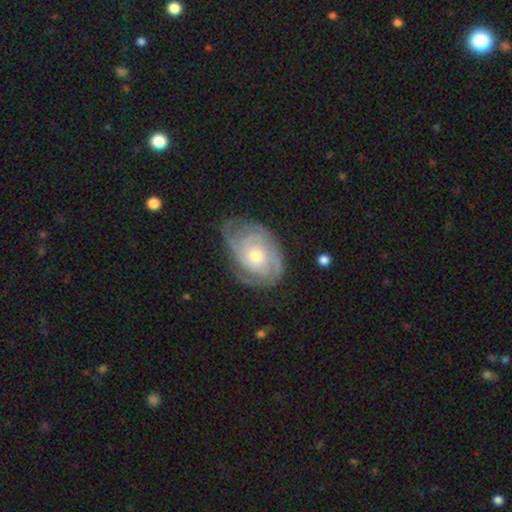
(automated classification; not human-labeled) Q: Smooth or featured?
A: featured or disk (85%); runner-up: smooth (11%)
Q: Edge-on disk?
A: no (97%); runner-up: yes (3%)
Q: Bar?
A: no (79%); runner-up: weak (17%)
Q: Spiral arms?
A: yes (95%); runner-up: no (5%)
Q: Spiral winding?
A: tight (72%); runner-up: medium (23%)
Q: Spiral arm count?
A: can't tell (30%); runner-up: 3 (27%)
Q: Bulge size?
A: moderate (59%); runner-up: small (36%)
Q: Merging?
A: none (67%); runner-up: minor disturbance (23%)